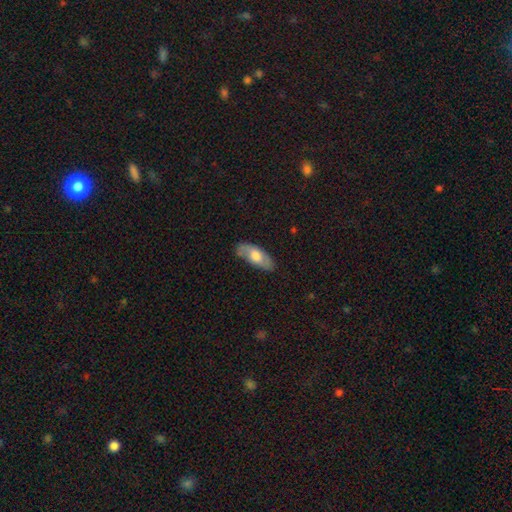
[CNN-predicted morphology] This is likely a smooth galaxy (61%). How rounded: clearly in between (82%). Merging: likely none (76%).